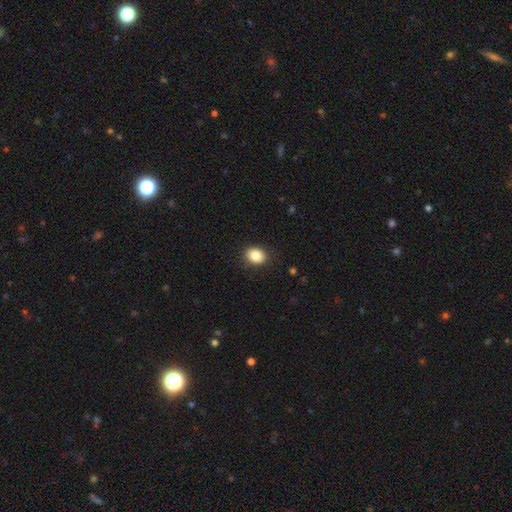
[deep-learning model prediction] Overall: smooth (86%). How rounded: in between (56%; round 43%). Merging: none (88%).